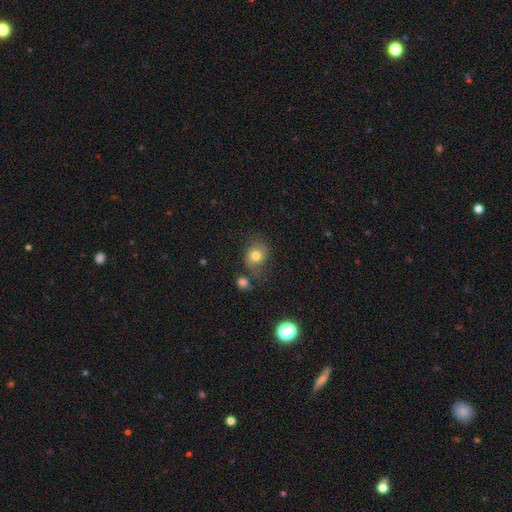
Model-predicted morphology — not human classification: type=smooth (71%); roundness=round (61%); merging=none (57%).